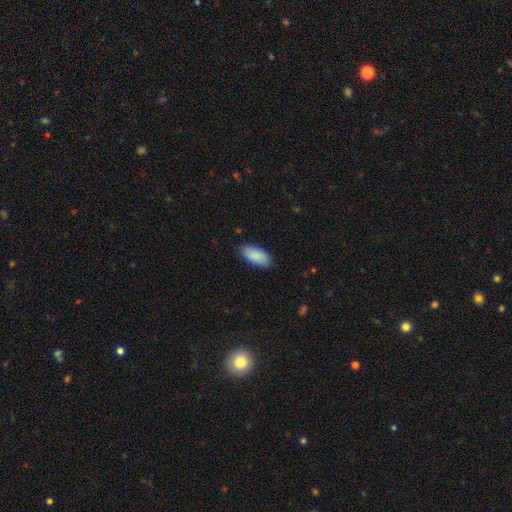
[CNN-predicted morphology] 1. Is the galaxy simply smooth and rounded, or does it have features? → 89% smooth, 6% star or artifact, 5% featured or disk.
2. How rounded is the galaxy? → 88% in between, 10% cigar-shaped, 2% round.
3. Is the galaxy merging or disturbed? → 86% none, 11% minor disturbance, 2% major disturbance, 1% merger.